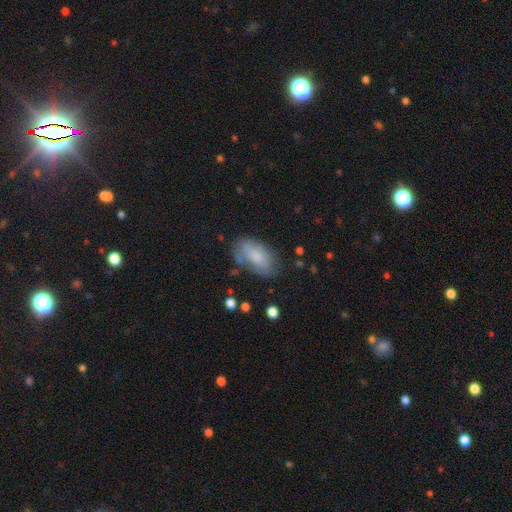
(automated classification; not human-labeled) The model was most divided on "merging": none: 63%, minor disturbance: 25%, major disturbance: 8%, merger: 4%. More confident: how rounded — in between (92%); smooth or featured — smooth (75%).